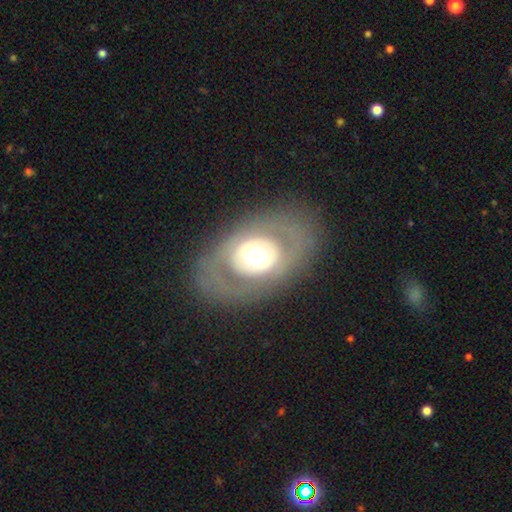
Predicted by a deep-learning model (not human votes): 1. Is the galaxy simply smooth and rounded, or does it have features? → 55% featured or disk, 38% smooth, 7% star or artifact.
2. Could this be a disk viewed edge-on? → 91% no, 9% yes.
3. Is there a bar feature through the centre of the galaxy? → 87% no, 9% weak, 5% strong.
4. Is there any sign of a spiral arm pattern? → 88% no, 12% yes.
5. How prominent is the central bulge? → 46% moderate, 41% large, 9% dominant, 4% small, 1% none.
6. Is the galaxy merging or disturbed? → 79% none, 11% minor disturbance, 9% major disturbance, 1% merger.